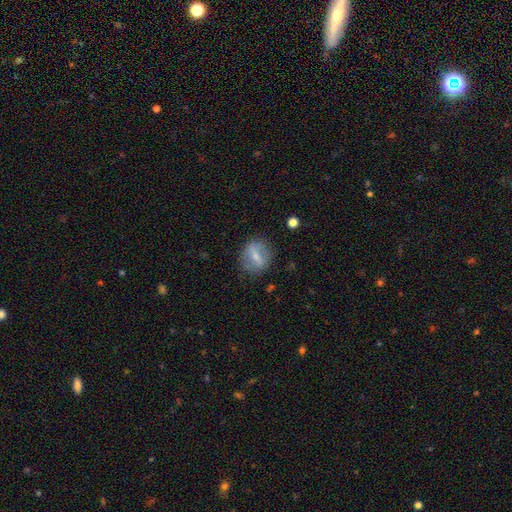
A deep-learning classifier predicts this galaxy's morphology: smooth-or-featured: smooth: 49% | featured or disk: 43% | star or artifact: 8%
  merging: none: 79% | minor disturbance: 14% | major disturbance: 6% | merger: 2%